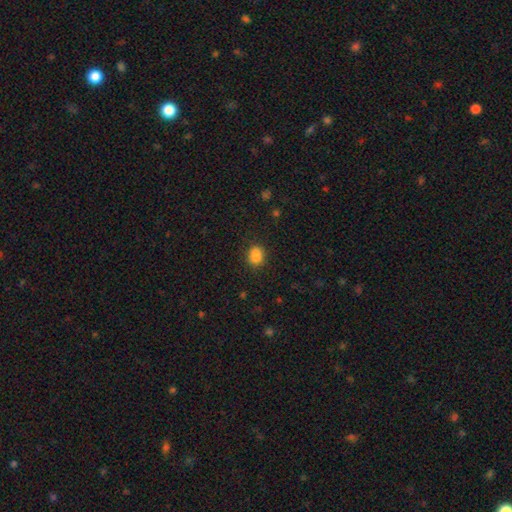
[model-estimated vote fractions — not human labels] Smooth or featured: smooth — 82% (star or artifact — 11%)
How rounded: in between — 51% (round — 47%)
Merging: none — 60% (merger — 21%)